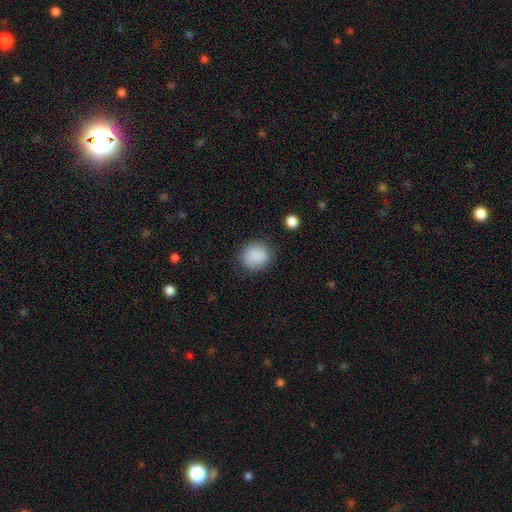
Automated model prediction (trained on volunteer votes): A smooth galaxy with no disk features (86%) that is round (85%).

Vote fractions:
- Smooth or featured? smooth: 86% / star or artifact: 8% / featured or disk: 6%
- How rounded? round: 85% / in between: 14% / cigar-shaped: 1%
- Merging? none: 81% / minor disturbance: 13% / major disturbance: 4% / merger: 2%